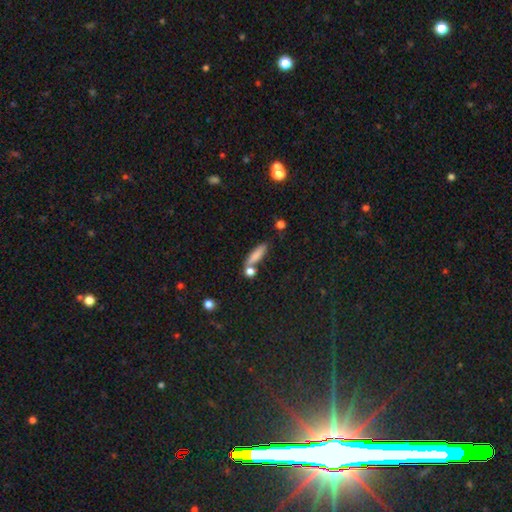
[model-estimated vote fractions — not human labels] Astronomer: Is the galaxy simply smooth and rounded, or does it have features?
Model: smooth — 79%.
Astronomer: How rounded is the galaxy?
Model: cigar-shaped — 65%.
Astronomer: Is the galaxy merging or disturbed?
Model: none — 66%.